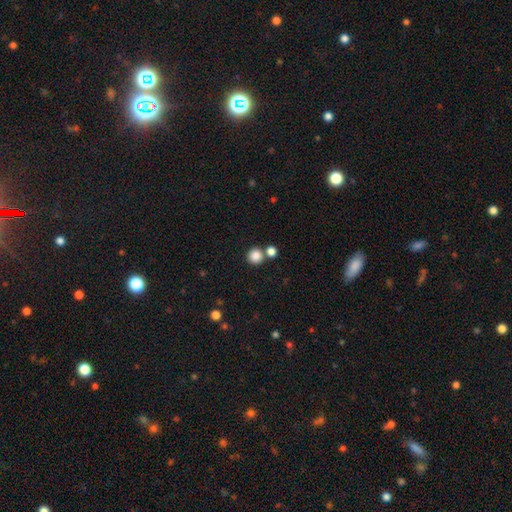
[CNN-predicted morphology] smooth-or-featured: smooth: 85% | star or artifact: 10% | featured or disk: 5%
  how-rounded: round: 93% | in between: 6% | cigar-shaped: 1%
  merging: none: 70% | merger: 21% | minor disturbance: 7% | major disturbance: 3%